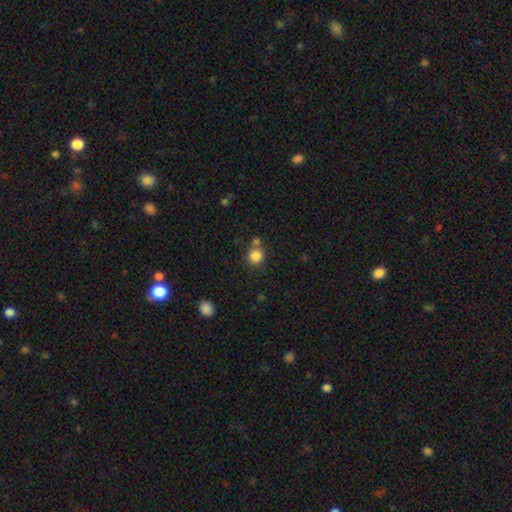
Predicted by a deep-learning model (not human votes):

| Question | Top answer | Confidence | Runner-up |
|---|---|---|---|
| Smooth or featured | smooth | 84% | star or artifact (11%) |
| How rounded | round | 88% | in between (11%) |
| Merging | none | 66% | merger (20%) |